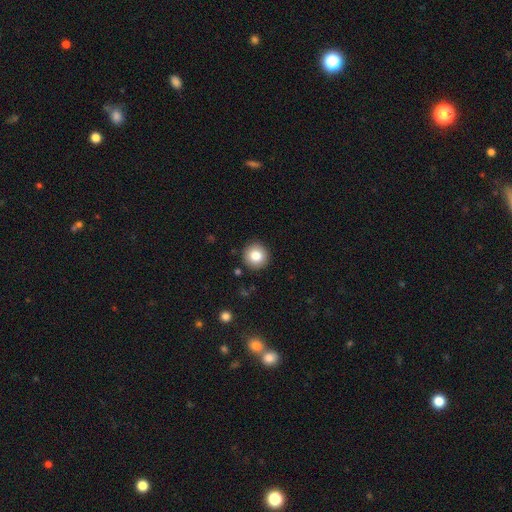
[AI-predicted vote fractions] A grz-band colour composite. It shows a smooth galaxy with no disk features (84%) that is round (95%). Merging: none (91%).